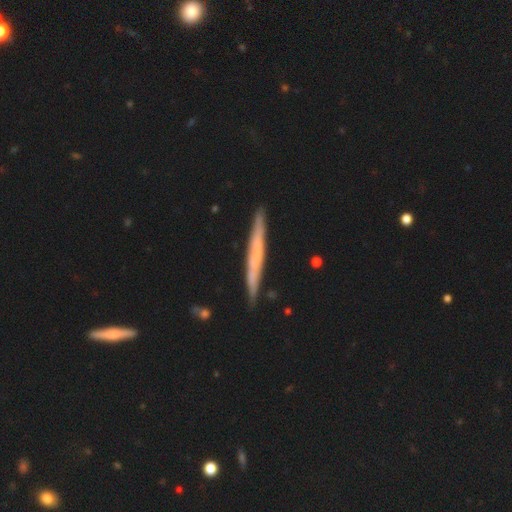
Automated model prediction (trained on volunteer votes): Smooth or featured? Predicted: featured or disk (p=0.54). Edge-on disk? Predicted: yes (p=0.95). Edge-on bulge? Predicted: none (p=0.82). Merging? Predicted: none (p=0.87).